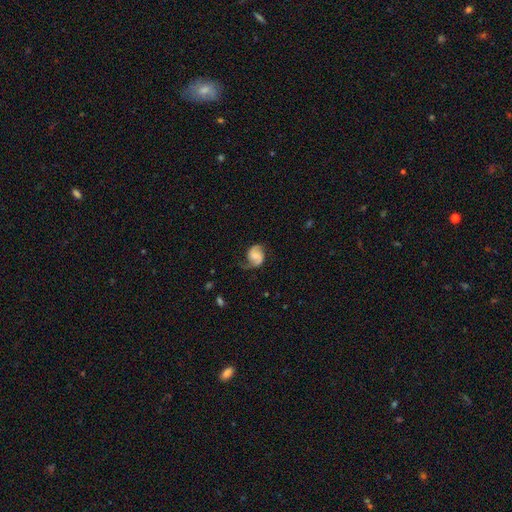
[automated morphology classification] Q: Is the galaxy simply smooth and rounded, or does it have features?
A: featured or disk — 78%.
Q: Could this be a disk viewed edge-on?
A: no — 98%.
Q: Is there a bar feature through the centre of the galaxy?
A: no — 54%.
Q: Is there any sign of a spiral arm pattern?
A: yes — 96%.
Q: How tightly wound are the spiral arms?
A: medium — 46%.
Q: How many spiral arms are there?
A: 2 — 85%.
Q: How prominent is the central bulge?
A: small — 36%.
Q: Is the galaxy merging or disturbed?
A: none — 66%.